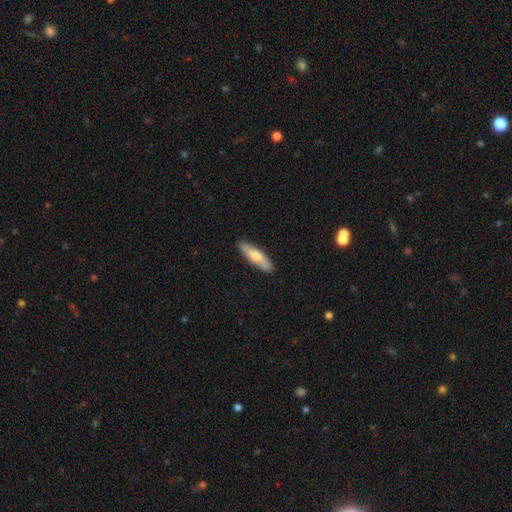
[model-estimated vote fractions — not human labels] Smooth or featured: smooth — 62% (featured or disk — 32%)
How rounded: cigar-shaped — 64% (in between — 34%)
Merging: none — 88% (minor disturbance — 9%)